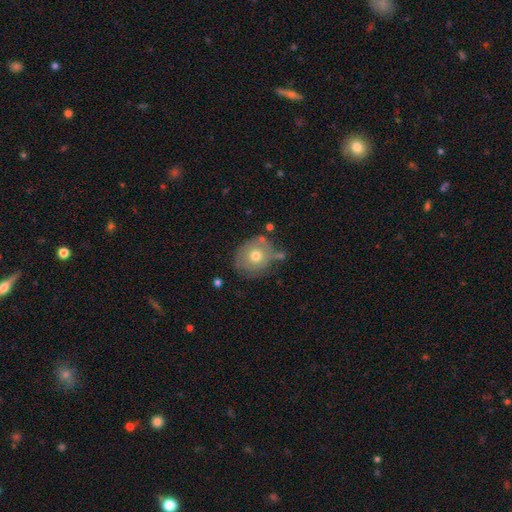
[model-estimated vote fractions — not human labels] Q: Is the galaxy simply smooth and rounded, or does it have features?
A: smooth — 66%.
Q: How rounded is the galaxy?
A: round — 81%.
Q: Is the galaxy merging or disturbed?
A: none — 61%.